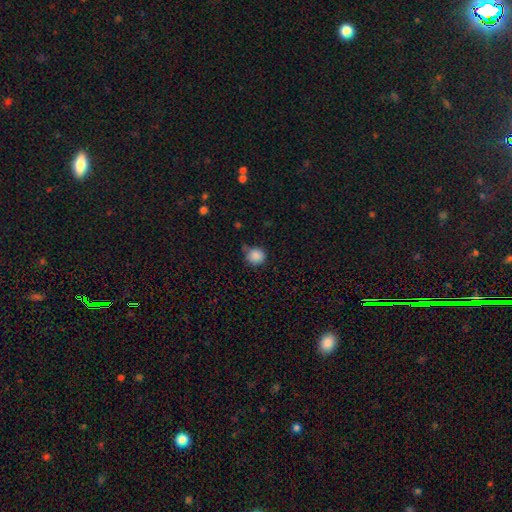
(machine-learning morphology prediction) A smooth galaxy with no disk features (87%) that is round (88%).

Vote fractions:
- Smooth or featured? smooth: 87% / star or artifact: 9% / featured or disk: 3%
- How rounded? round: 88% / in between: 11% / cigar-shaped: 1%
- Merging? none: 72% / minor disturbance: 20% / merger: 4% / major disturbance: 4%